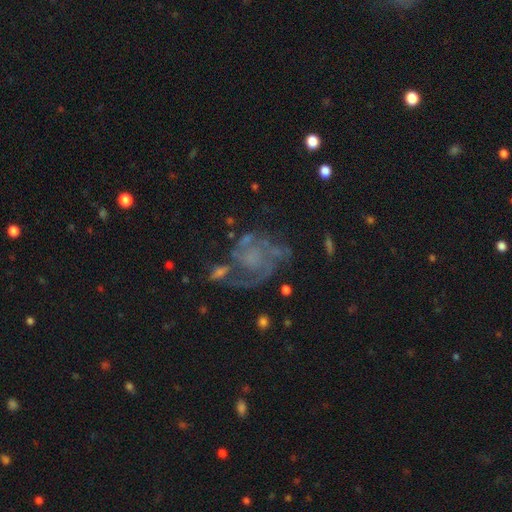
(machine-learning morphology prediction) Smooth or featured?
  - featured or disk: 79% *
  - smooth: 11%
  - star or artifact: 10%
Edge-on disk?
  - no: 98% *
  - yes: 2%
Bar?
  - no: 75% *
  - weak: 20%
  - strong: 4%
Spiral arms?
  - yes: 84% *
  - no: 16%
Spiral winding?
  - medium: 43% *
  - tight: 31%
  - loose: 25%
Spiral arm count?
  - 2: 43% *
  - can't tell: 20%
  - 1: 17%
  - 3: 11%
  - 4: 4%
  - more than 4: 4%
Bulge size?
  - none: 55% *
  - small: 22%
  - moderate: 16%
  - large: 6%
  - dominant: 2%
Merging?
  - none: 44% *
  - major disturbance: 29%
  - minor disturbance: 19%
  - merger: 8%